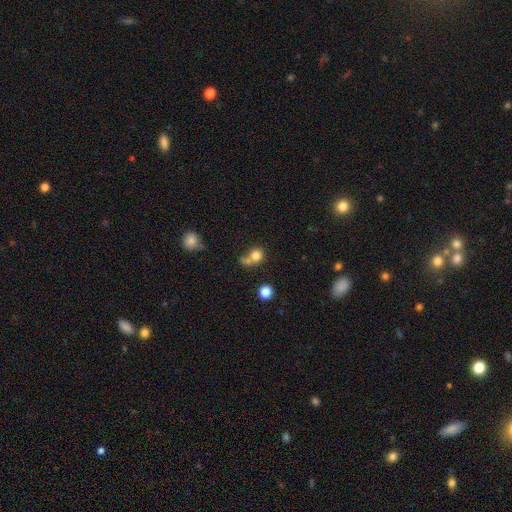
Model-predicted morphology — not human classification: Smooth or featured?
  - smooth: 78% *
  - star or artifact: 12%
  - featured or disk: 10%
How rounded?
  - round: 80% *
  - in between: 19%
  - cigar-shaped: 1%
Merging?
  - none: 44% *
  - merger: 37%
  - minor disturbance: 12%
  - major disturbance: 7%